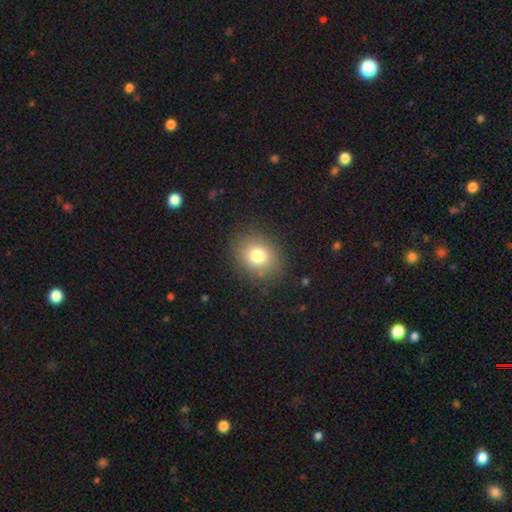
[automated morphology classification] smooth-or-featured: smooth: 78% | star or artifact: 13% | featured or disk: 10%
  how-rounded: round: 63% | in between: 36% | cigar-shaped: 1%
  merging: none: 89% | minor disturbance: 7% | major disturbance: 2% | merger: 1%